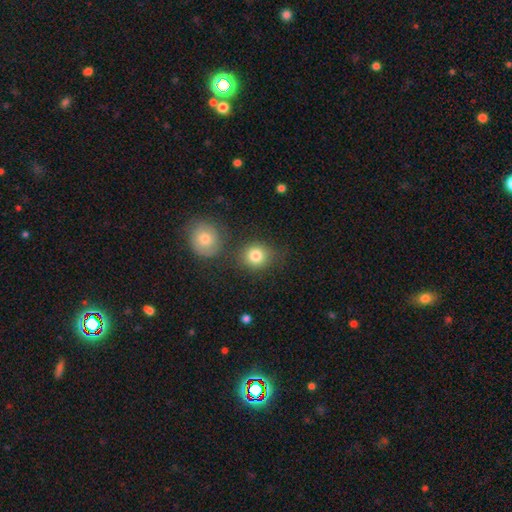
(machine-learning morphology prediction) Smooth or featured: smooth — 82% (star or artifact — 10%)
How rounded: round — 83% (in between — 16%)
Merging: none — 73% (merger — 11%)